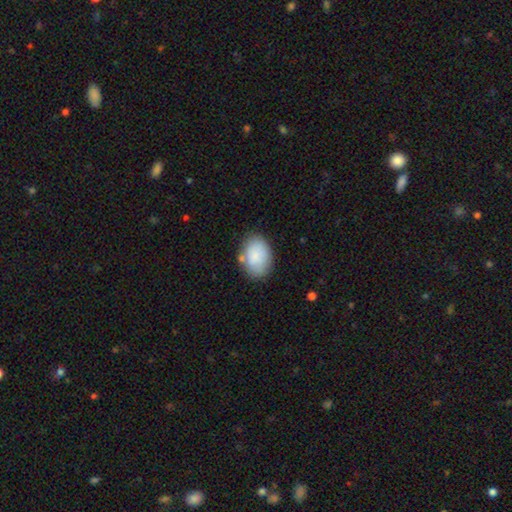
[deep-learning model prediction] Smooth or featured?
  - smooth: 84% *
  - featured or disk: 9%
  - star or artifact: 7%
How rounded?
  - in between: 82% *
  - round: 17%
  - cigar-shaped: 1%
Merging?
  - none: 72% *
  - minor disturbance: 17%
  - merger: 6%
  - major disturbance: 5%